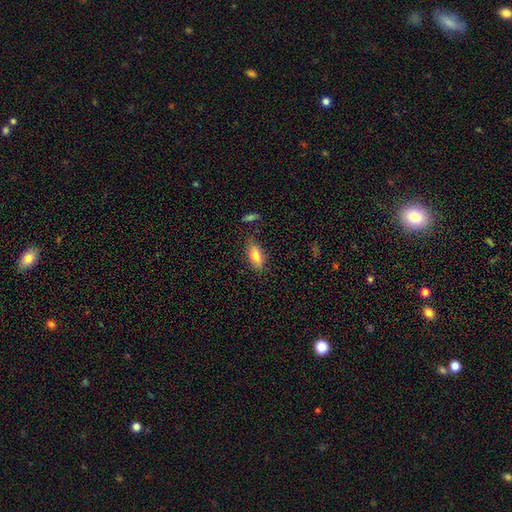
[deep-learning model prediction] smooth_or_featured: smooth (p=0.75) [alt: featured or disk p=0.17]
how_rounded: in between (p=0.79) [alt: cigar-shaped p=0.18]
merging: none (p=0.81) [alt: minor disturbance p=0.14]